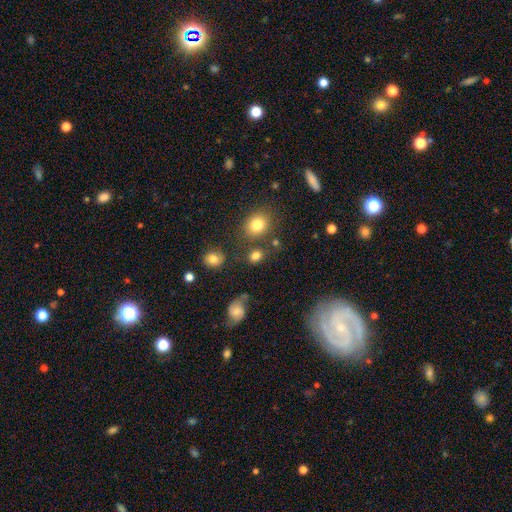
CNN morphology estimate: smooth 80%, star or artifact 13%, featured or disk 7%. Down the decision tree: how rounded — round (52%); merging — none (71%).